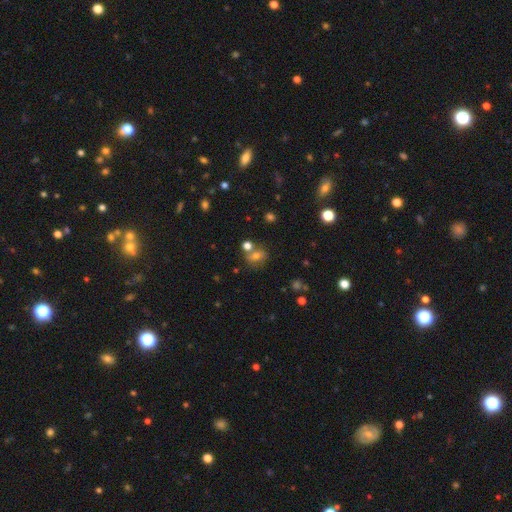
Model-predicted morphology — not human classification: A smooth galaxy with no disk features (63%) that is round (54%).

Vote fractions:
- Smooth or featured? smooth: 63% / star or artifact: 18% / featured or disk: 18%
- How rounded? round: 54% / in between: 44% / cigar-shaped: 2%
- Merging? none: 58% / merger: 23% / minor disturbance: 14% / major disturbance: 5%